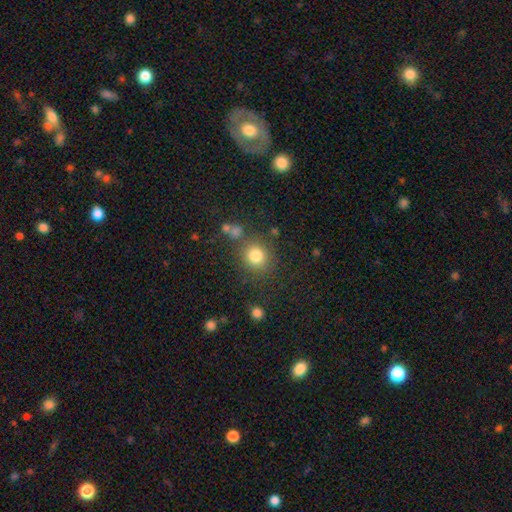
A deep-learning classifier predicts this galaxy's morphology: Smooth or featured? Predicted: smooth (p=0.81). How rounded? Predicted: round (p=0.88). Merging? Predicted: none (p=0.79).